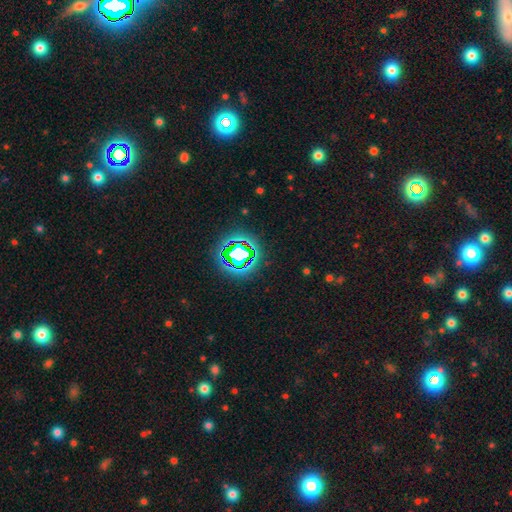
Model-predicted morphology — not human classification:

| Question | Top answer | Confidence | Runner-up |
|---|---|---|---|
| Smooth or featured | star or artifact | 78% | smooth (15%) |